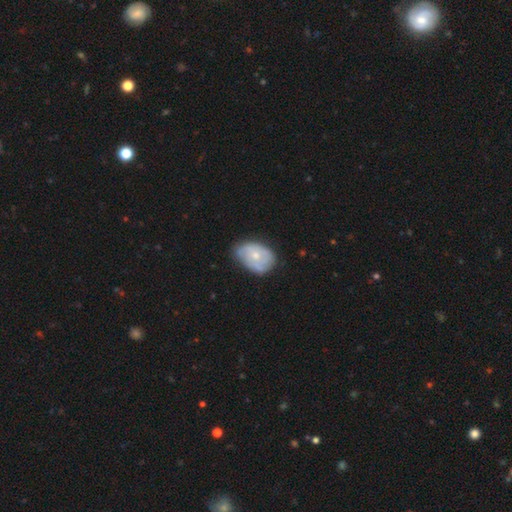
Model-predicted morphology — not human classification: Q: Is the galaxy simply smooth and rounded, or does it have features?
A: smooth — 50%.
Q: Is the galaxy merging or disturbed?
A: none — 49%.